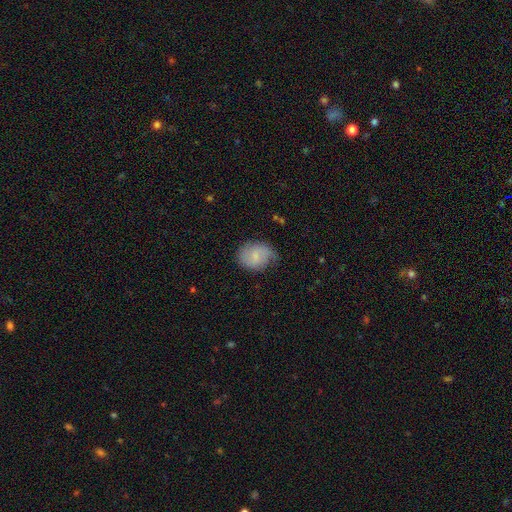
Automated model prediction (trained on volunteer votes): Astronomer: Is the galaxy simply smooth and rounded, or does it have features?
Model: smooth — 61%.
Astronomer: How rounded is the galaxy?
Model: in between — 49%, tied with round at 49%.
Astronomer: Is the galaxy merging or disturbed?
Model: none — 60%.